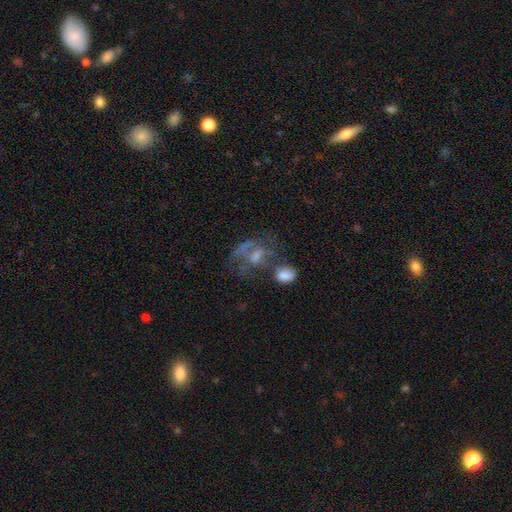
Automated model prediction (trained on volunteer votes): smooth-or-featured: featured or disk: 55% | smooth: 25% | star or artifact: 20%
  disk-edge-on: no: 96% | yes: 4%
    bar: no: 62% | weak: 28% | strong: 9%
    has-spiral-arms: no: 51% | yes: 49%
    bulge-size: none: 33% | moderate: 30% | small: 29% | large: 6% | dominant: 2%
  merging: merger: 30% | major disturbance: 28% | none: 28% | minor disturbance: 14%